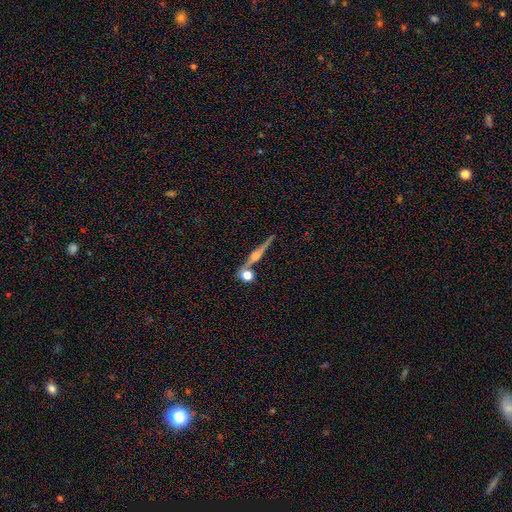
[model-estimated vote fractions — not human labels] Smooth or featured?
  - featured or disk: 71% *
  - smooth: 19%
  - star or artifact: 10%
Edge-on disk?
  - yes: 95% *
  - no: 5%
Edge-on bulge?
  - rounded: 84% *
  - boxy: 9%
  - none: 8%
Merging?
  - none: 74% *
  - merger: 13%
  - minor disturbance: 10%
  - major disturbance: 4%